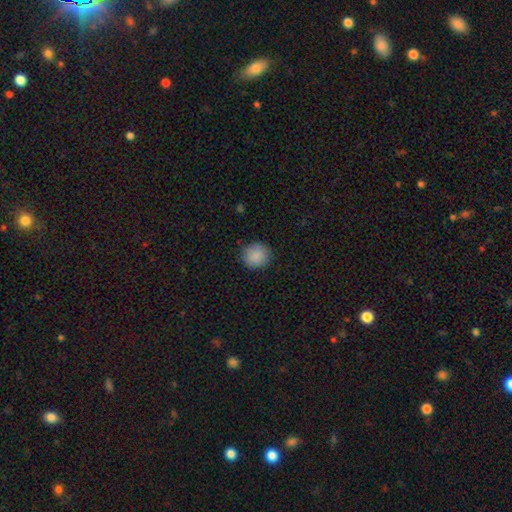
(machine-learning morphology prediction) smooth_or_featured: smooth (p=0.88) [alt: star or artifact p=0.08]
how_rounded: round (p=0.87) [alt: in between p=0.12]
merging: none (p=0.87) [alt: minor disturbance p=0.10]